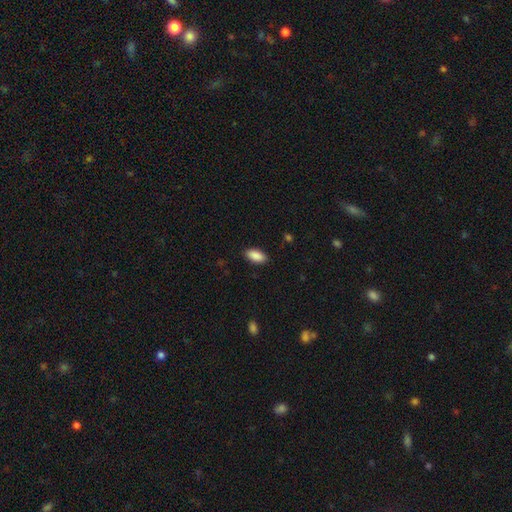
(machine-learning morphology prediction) smooth 90%, star or artifact 6%, featured or disk 4%. Down the decision tree: how rounded — in between (92%); merging — none (88%).